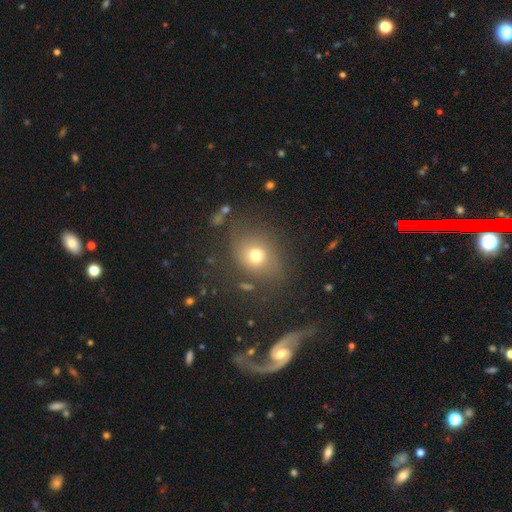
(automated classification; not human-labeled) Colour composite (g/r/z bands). It shows a smooth galaxy with no disk features (70%) that is round (60%). Merging: none (70%).